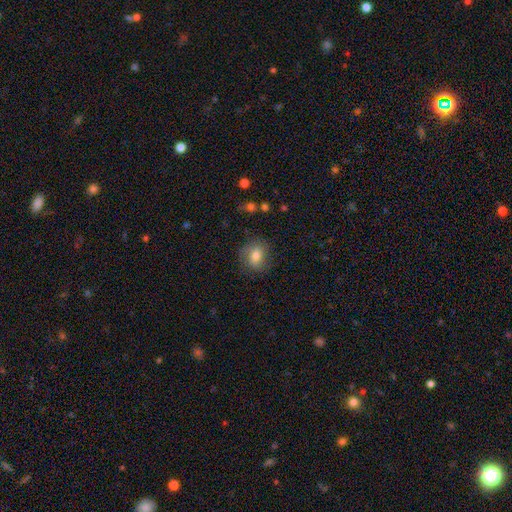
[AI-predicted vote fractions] Overall: smooth (73%). How rounded: round (57%; in between 42%). Merging: none (77%).